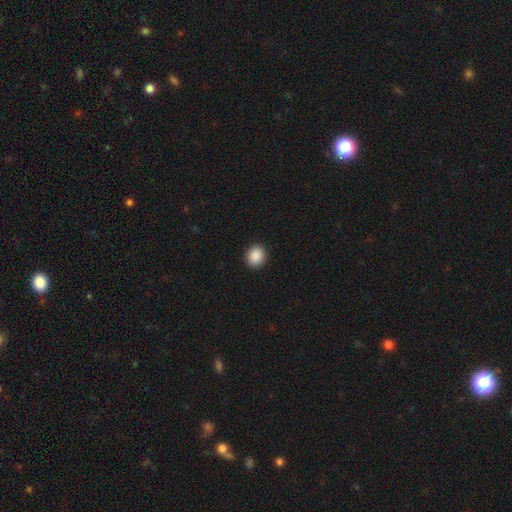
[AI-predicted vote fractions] A smooth galaxy with no disk features (89%) that is round (70%). Merging: none (92%).